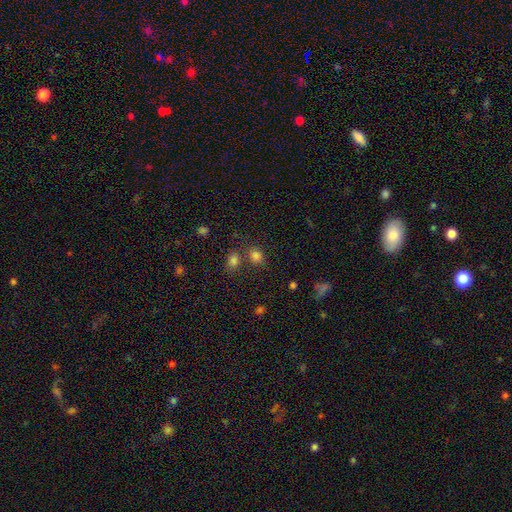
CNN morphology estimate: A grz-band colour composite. It shows a smooth galaxy with no disk features (79%) that is round (50%). Merging: none (63%).